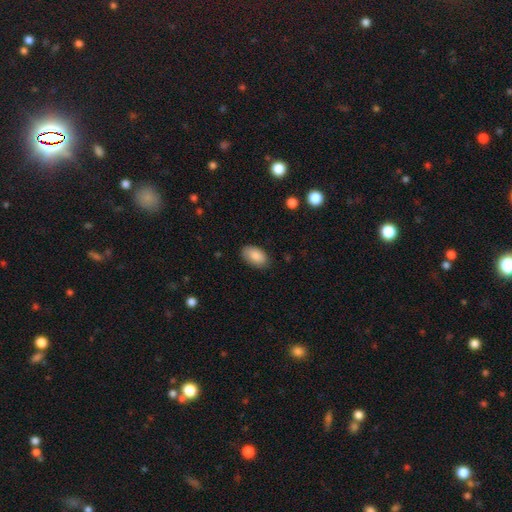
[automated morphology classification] A smooth galaxy with no disk features (86%) that is in between round and cigar-shaped (93%).

Vote fractions:
- Smooth or featured? smooth: 86% / featured or disk: 7% / star or artifact: 7%
- How rounded? in between: 93% / round: 5% / cigar-shaped: 1%
- Merging? none: 82% / minor disturbance: 14% / major disturbance: 3% / merger: 1%